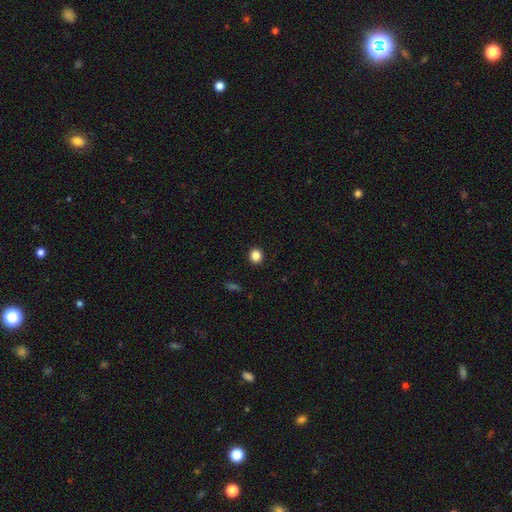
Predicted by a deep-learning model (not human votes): Smooth or featured? Predicted: smooth (p=0.85). How rounded? Predicted: round (p=0.88). Merging? Predicted: none (p=0.93).